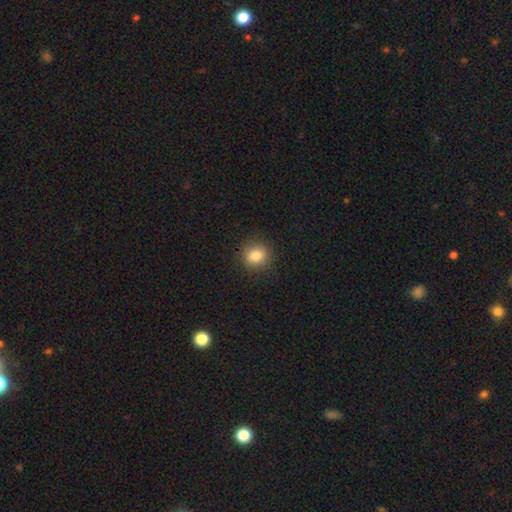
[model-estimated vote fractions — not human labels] Smooth or featured? smooth (83%)
How rounded? round (77%)
Merging? none (89%)